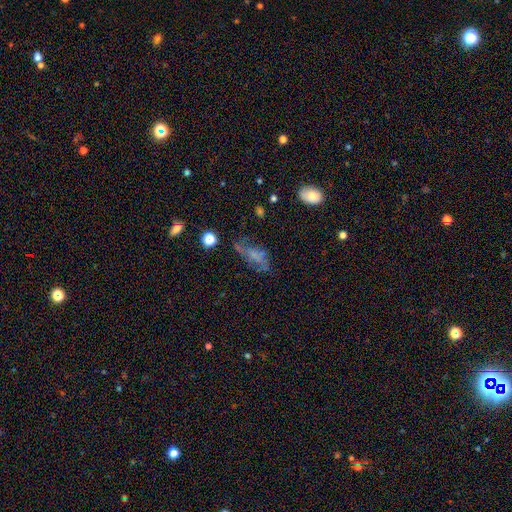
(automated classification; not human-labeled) This is marginally a smooth galaxy (43%). Merging: marginally none (39%).